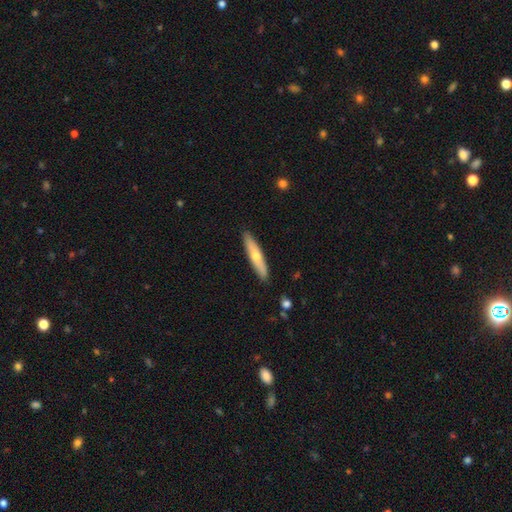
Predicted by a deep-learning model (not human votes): Overall: smooth (51%; featured or disk 43%). How rounded: cigar-shaped (87%). Merging: none (90%).